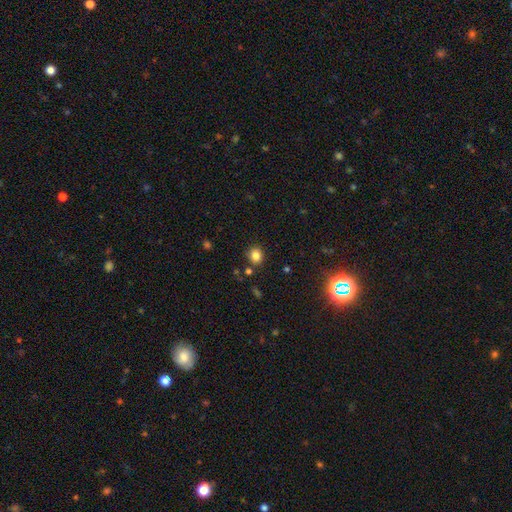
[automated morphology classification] Overall: smooth (82%). How rounded: round (79%). Merging: none (84%).